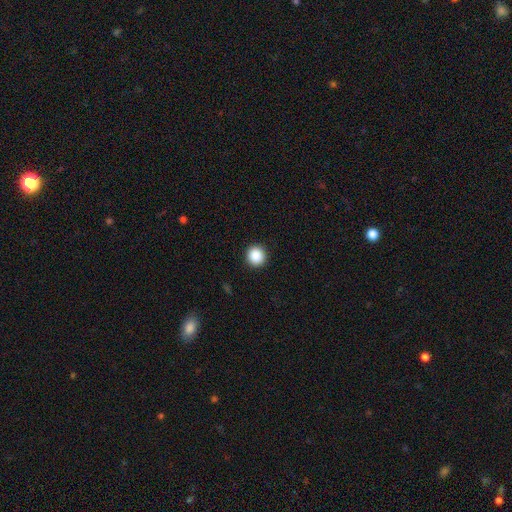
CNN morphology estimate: Smooth or featured? smooth (88%)
How rounded? round (95%)
Merging? none (93%)